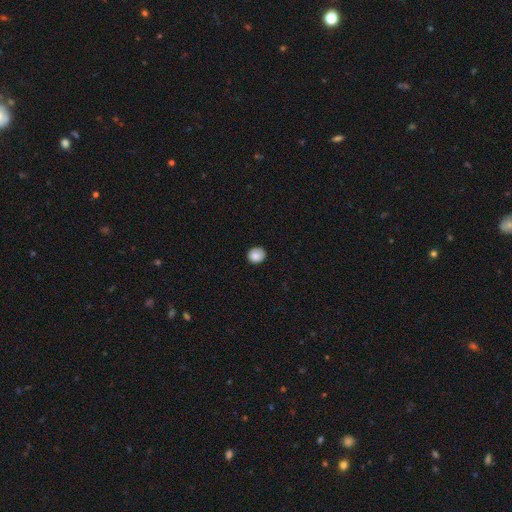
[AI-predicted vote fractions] Smooth or featured: smooth — 86% (star or artifact — 9%)
How rounded: round — 82% (in between — 17%)
Merging: none — 84% (minor disturbance — 12%)